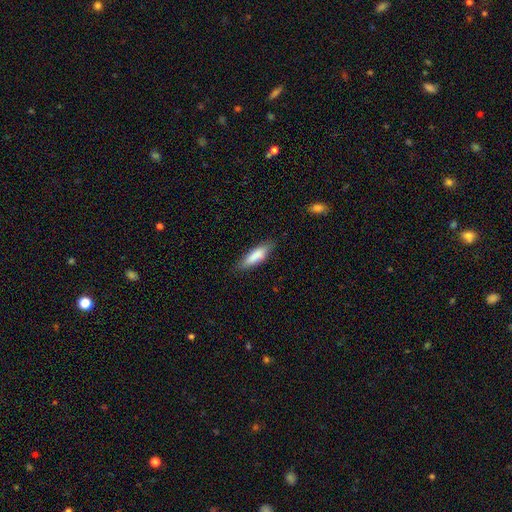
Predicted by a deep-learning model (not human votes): Overall: smooth (82%). How rounded: cigar-shaped (57%; in between 42%). Merging: none (81%).